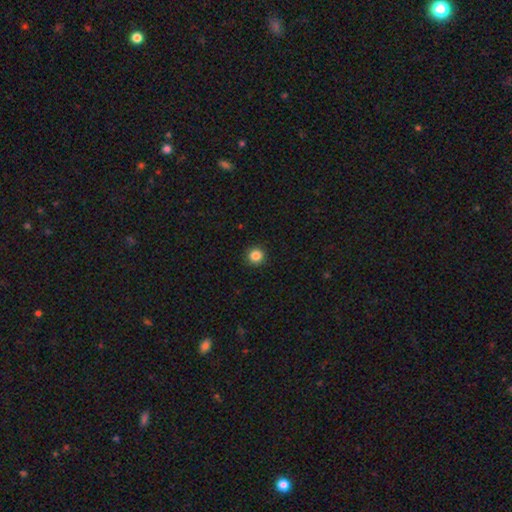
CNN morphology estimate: Smooth or featured? Predicted: smooth (p=0.86). How rounded? Predicted: round (p=0.95). Merging? Predicted: none (p=0.93).